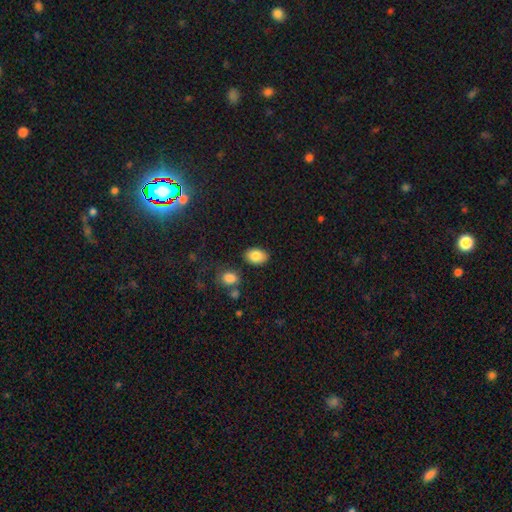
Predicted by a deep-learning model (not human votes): Morphology: type=smooth (85%); roundness=in between (85%); merging=none (83%).